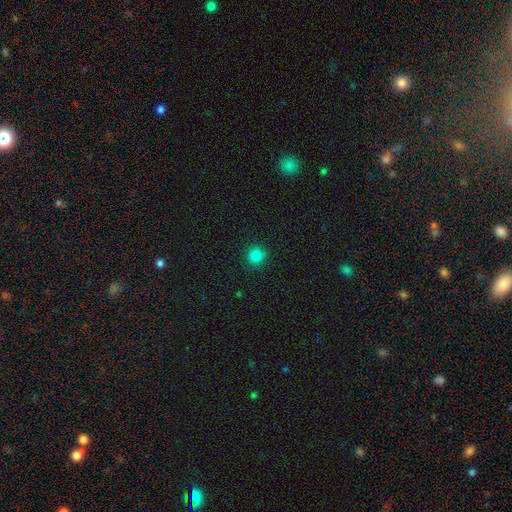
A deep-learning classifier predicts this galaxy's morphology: Q: Smooth or featured?
A: smooth (83%); runner-up: star or artifact (13%)
Q: How rounded?
A: round (94%); runner-up: in between (5%)
Q: Merging?
A: none (92%); runner-up: minor disturbance (5%)